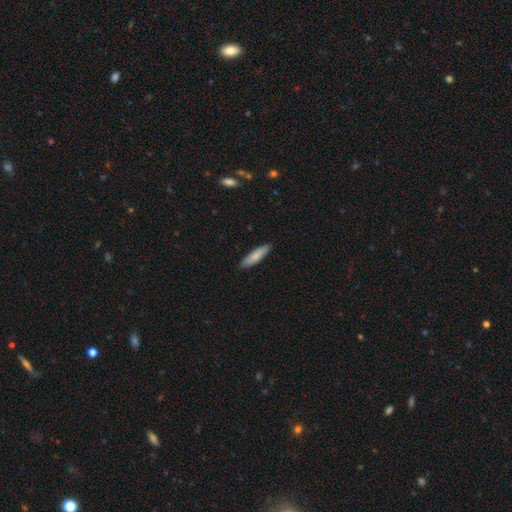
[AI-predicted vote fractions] Smooth or featured? Predicted: smooth (p=0.82). How rounded? Predicted: cigar-shaped (p=0.71). Merging? Predicted: none (p=0.89).